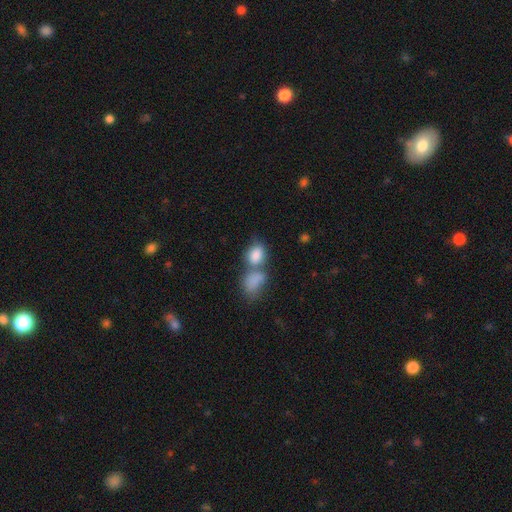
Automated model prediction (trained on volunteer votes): smooth-or-featured: smooth: 83% | featured or disk: 10% | star or artifact: 8%
  how-rounded: in between: 77% | round: 21% | cigar-shaped: 2%
  merging: merger: 60% | none: 24% | minor disturbance: 9% | major disturbance: 7%